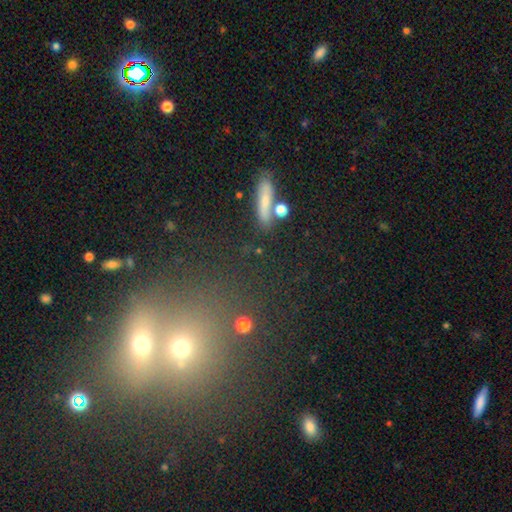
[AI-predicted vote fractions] Smooth or featured? star or artifact (44%)